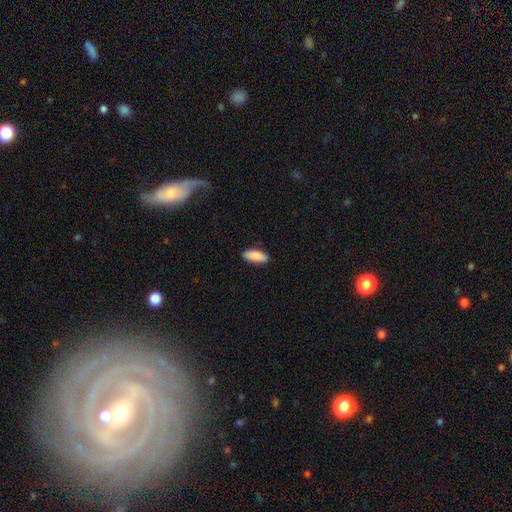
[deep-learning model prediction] Smooth or featured? smooth (87%)
How rounded? in between (78%)
Merging? none (89%)